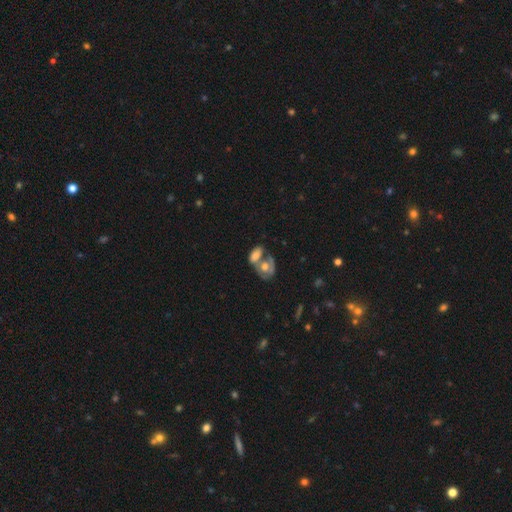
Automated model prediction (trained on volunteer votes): smooth 63%, featured or disk 29%, star or artifact 8%. Down the decision tree: how rounded — in between (84%); merging — merger (63%).